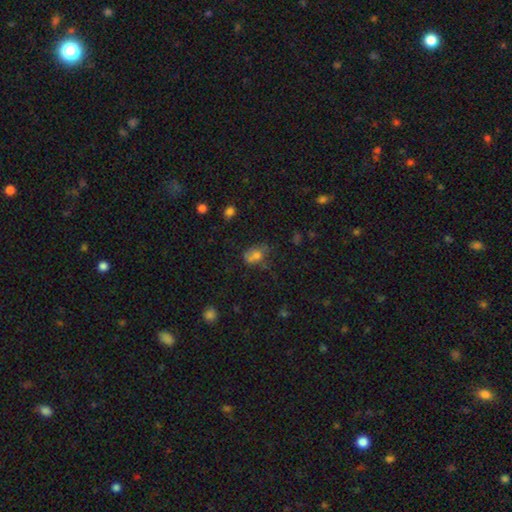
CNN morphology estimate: Smooth or featured? smooth (65%)
How rounded? in between (60%)
Merging? none (38%)